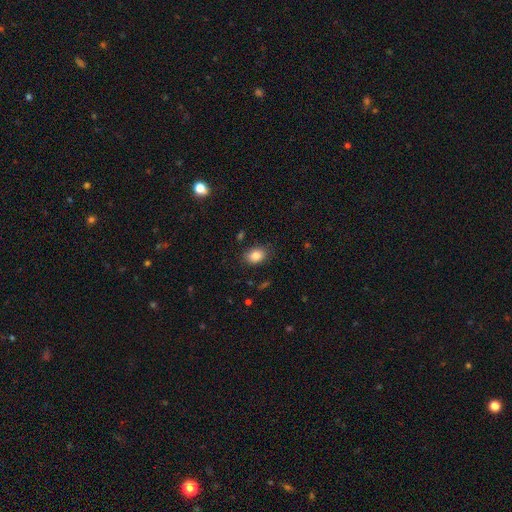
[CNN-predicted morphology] Overall: smooth (84%). How rounded: in between (71%). Merging: none (83%).